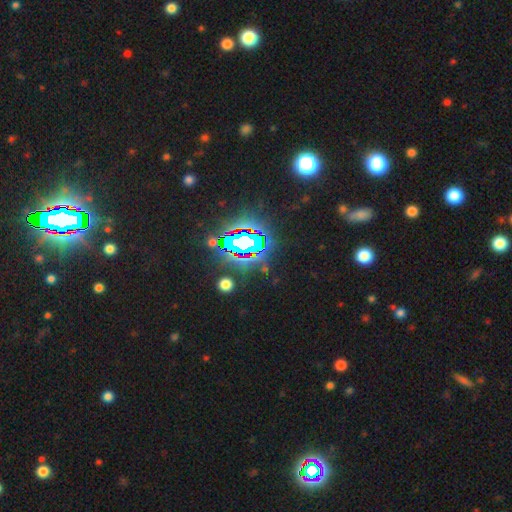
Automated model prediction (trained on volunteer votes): Smooth or featured: star or artifact — 85% (smooth — 9%)